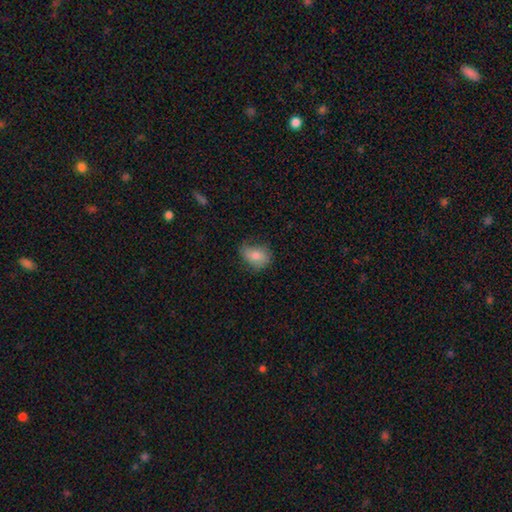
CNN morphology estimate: type=smooth (74%); roundness=in between (63%); merging=none (57%).